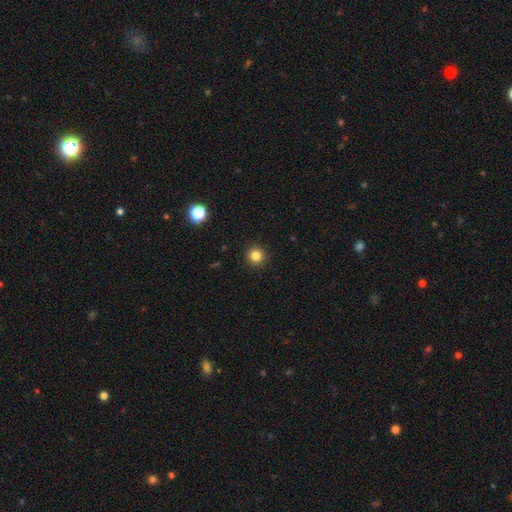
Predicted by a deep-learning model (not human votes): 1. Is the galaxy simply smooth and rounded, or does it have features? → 83% smooth, 12% star or artifact, 5% featured or disk.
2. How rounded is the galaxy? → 95% round, 4% in between, 1% cigar-shaped.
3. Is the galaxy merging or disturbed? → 93% none, 5% minor disturbance, 2% major disturbance, 1% merger.